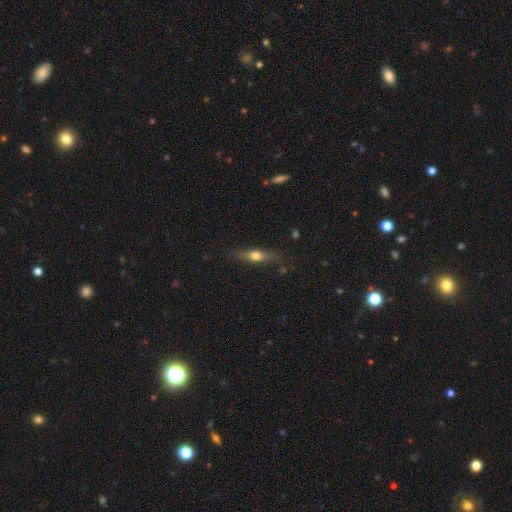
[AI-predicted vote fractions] Smooth or featured? Predicted: smooth (p=0.56). How rounded? Predicted: cigar-shaped (p=0.63). Merging? Predicted: none (p=0.78).